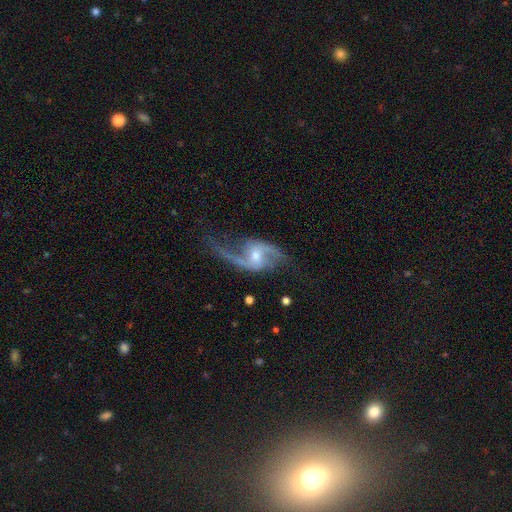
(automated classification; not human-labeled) The model was most divided on "bar": weak: 43%, no: 40%, strong: 16%. More confident: spiral arms — yes (96%); edge-on disk — no (96%); spiral arm count — 2 (91%); smooth or featured — featured or disk (90%); spiral winding — loose (74%); merging — none (65%); bulge size — moderate (51%).